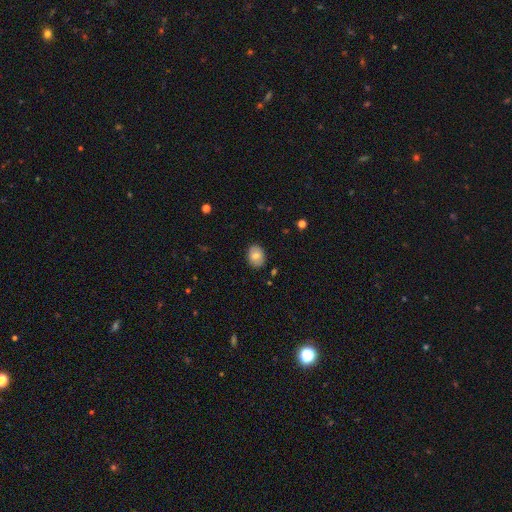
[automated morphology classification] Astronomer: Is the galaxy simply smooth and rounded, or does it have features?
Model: smooth — 75%.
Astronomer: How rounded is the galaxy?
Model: in between — 66%.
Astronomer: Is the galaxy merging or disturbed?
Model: none — 87%.